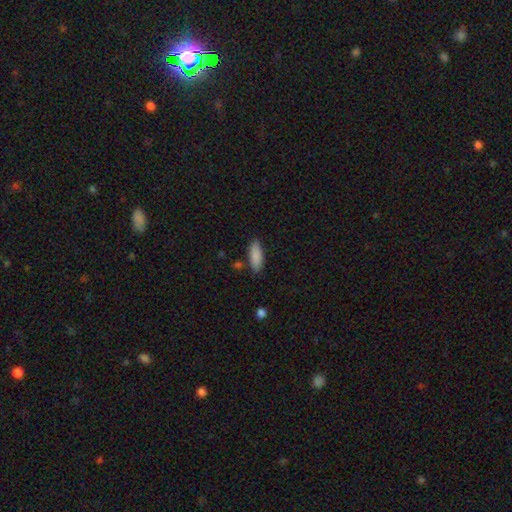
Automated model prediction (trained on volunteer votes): Morphology: type=smooth (88%); roundness=in between (67%); merging=none (82%).